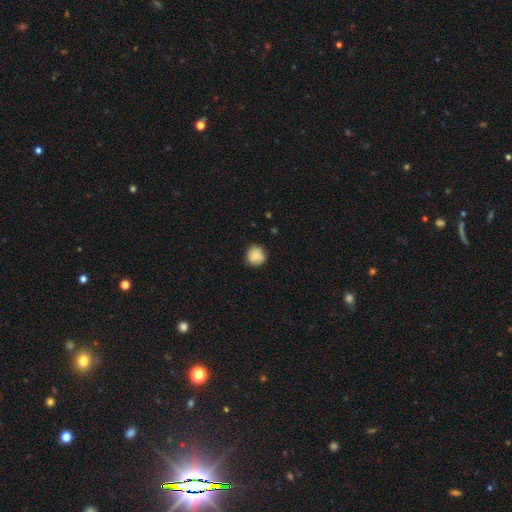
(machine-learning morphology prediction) Smooth or featured? smooth (84%)
How rounded? round (92%)
Merging? none (83%)